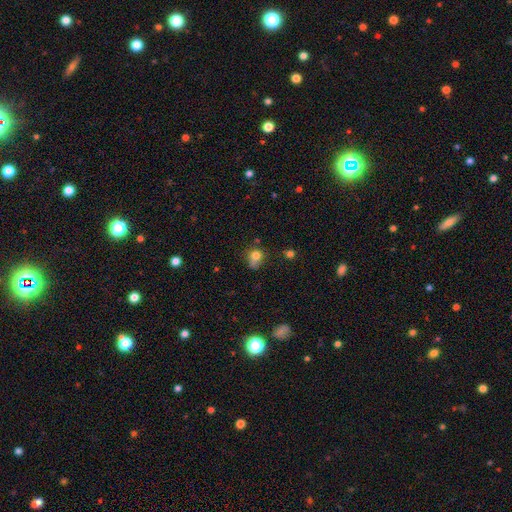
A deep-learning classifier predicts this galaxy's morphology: smooth-or-featured: smooth: 76% | star or artifact: 13% | featured or disk: 11%
  how-rounded: round: 56% | in between: 43% | cigar-shaped: 1%
  merging: none: 41% | minor disturbance: 34% | major disturbance: 18% | merger: 7%